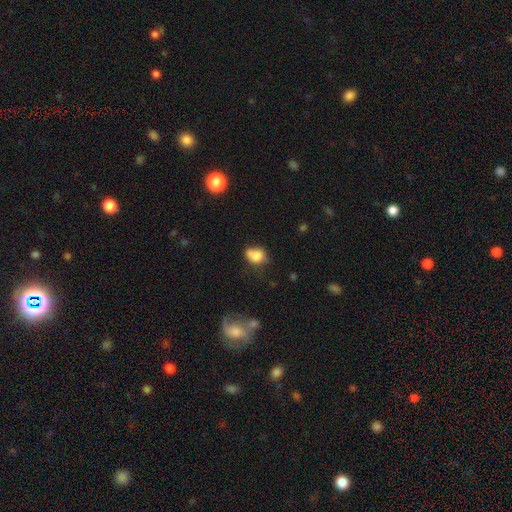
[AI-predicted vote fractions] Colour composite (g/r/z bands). It shows a smooth galaxy with no disk features (75%) that is in between round and cigar-shaped (58%). Merging: none (37%).